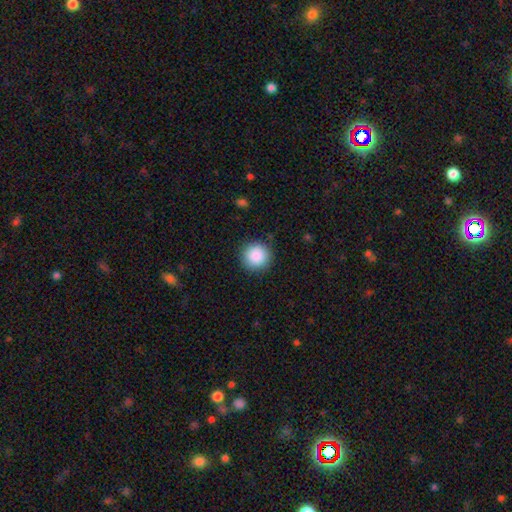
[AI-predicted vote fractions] Q: Smooth or featured?
A: smooth (88%); runner-up: star or artifact (8%)
Q: How rounded?
A: round (96%); runner-up: in between (3%)
Q: Merging?
A: none (90%); runner-up: minor disturbance (7%)